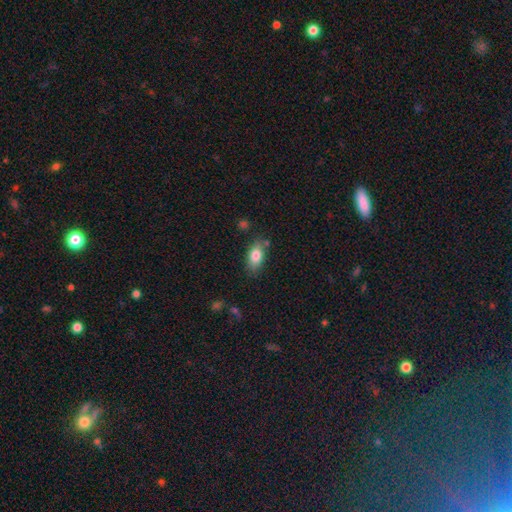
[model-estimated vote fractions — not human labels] Smooth or featured? smooth (80%)
How rounded? in between (86%)
Merging? none (75%)